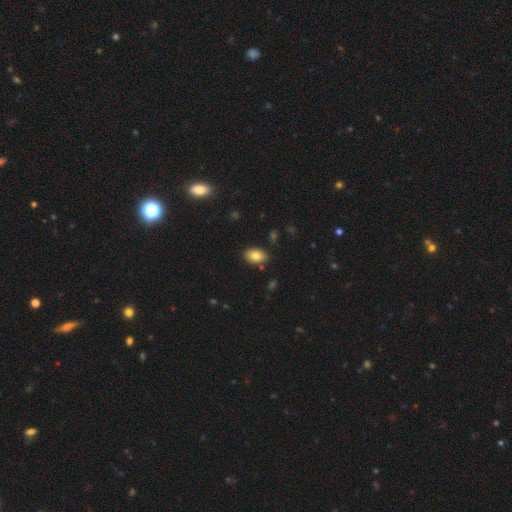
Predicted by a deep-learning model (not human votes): smooth_or_featured: smooth (p=0.82) [alt: featured or disk p=0.10]
how_rounded: in between (p=0.87) [alt: round p=0.12]
merging: none (p=0.85) [alt: minor disturbance p=0.10]